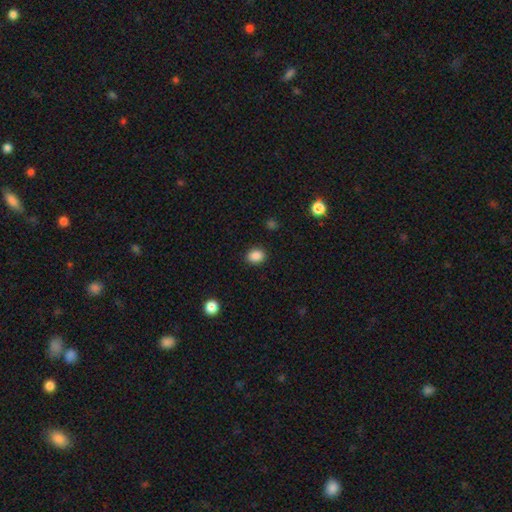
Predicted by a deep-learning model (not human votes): A smooth galaxy with no disk features (87%) that is round (50%). Merging: none (89%).